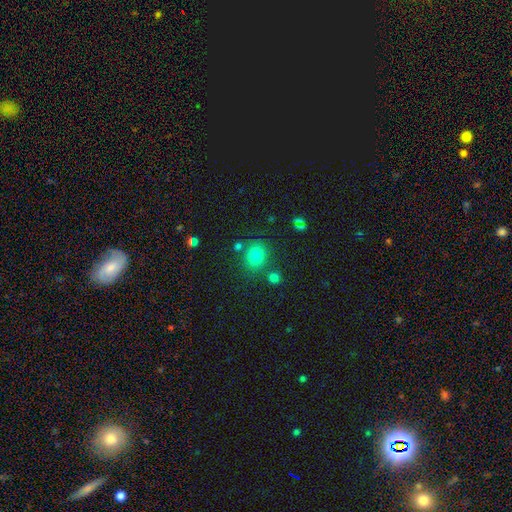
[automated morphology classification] Smooth or featured?
  - smooth: 78% *
  - star or artifact: 14%
  - featured or disk: 7%
How rounded?
  - round: 66% *
  - in between: 33%
  - cigar-shaped: 1%
Merging?
  - none: 75% *
  - minor disturbance: 11%
  - merger: 9%
  - major disturbance: 4%